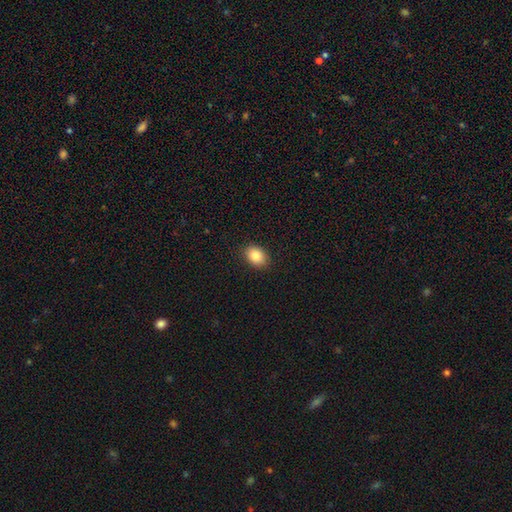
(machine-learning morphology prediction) This appears to be a smooth galaxy with no disk features (85%) that is in between round and cigar-shaped (69%). Merging: none (89%).